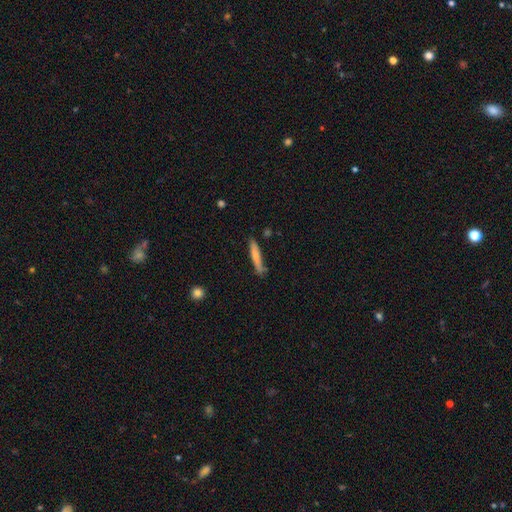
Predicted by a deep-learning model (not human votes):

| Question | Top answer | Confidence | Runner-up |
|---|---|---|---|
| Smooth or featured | smooth | 73% | featured or disk (21%) |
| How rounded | cigar-shaped | 93% | in between (6%) |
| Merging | none | 76% | minor disturbance (17%) |